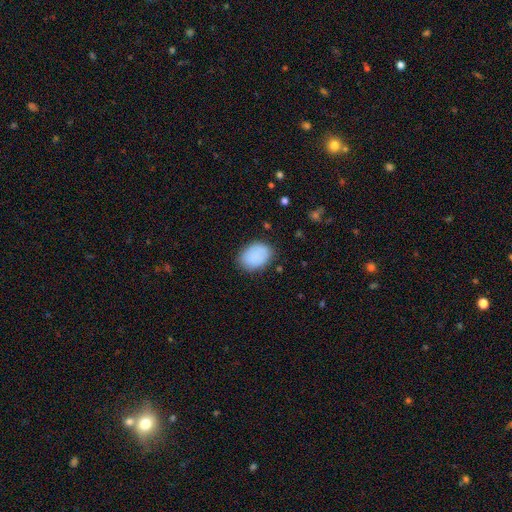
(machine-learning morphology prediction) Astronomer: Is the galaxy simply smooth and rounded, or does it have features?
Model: smooth — 87%.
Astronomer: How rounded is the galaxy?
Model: in between — 76%.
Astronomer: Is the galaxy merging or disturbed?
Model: none — 80%.